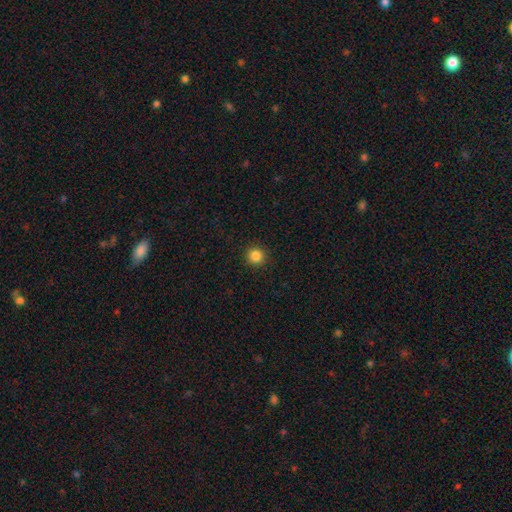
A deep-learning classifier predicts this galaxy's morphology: The model was most divided on "smooth or featured": smooth: 85%, star or artifact: 11%, featured or disk: 3%. More confident: how rounded — round (95%); merging — none (93%).